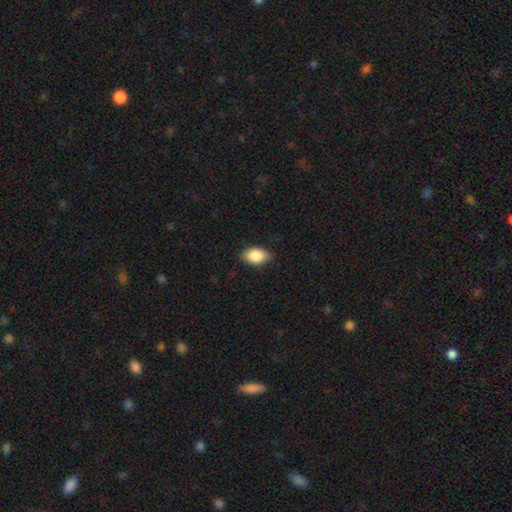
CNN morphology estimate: Overall: smooth (88%). How rounded: in between (90%). Merging: none (84%).